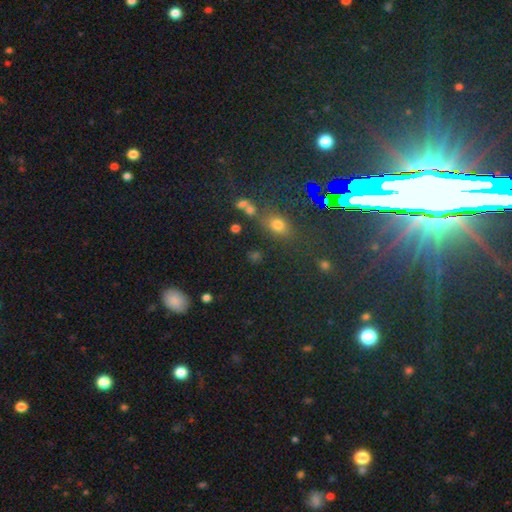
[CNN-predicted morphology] type=smooth (53%); roundness=in between (50%); merging=none (71%).